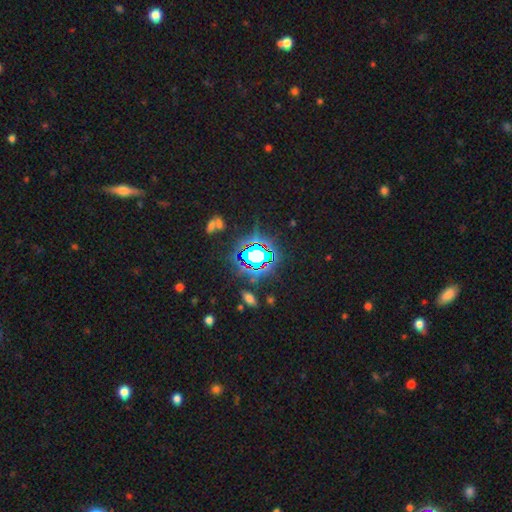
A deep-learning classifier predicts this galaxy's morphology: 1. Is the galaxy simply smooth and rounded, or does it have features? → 67% star or artifact, 19% smooth, 14% featured or disk.